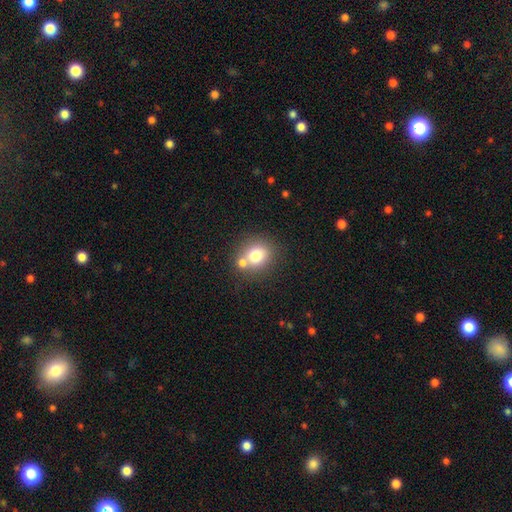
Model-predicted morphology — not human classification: Smooth or featured?
  - smooth: 74% *
  - featured or disk: 14%
  - star or artifact: 12%
How rounded?
  - round: 77% *
  - in between: 22%
  - cigar-shaped: 1%
Merging?
  - none: 61% *
  - merger: 26%
  - minor disturbance: 10%
  - major disturbance: 4%